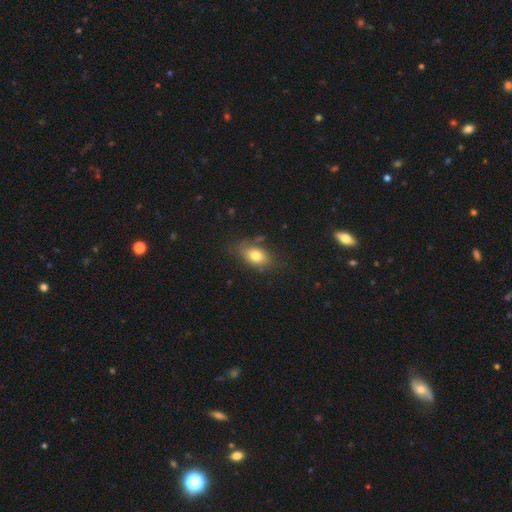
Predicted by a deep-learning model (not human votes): Smooth or featured? Predicted: smooth (p=0.77). How rounded? Predicted: in between (p=0.86). Merging? Predicted: none (p=0.70).